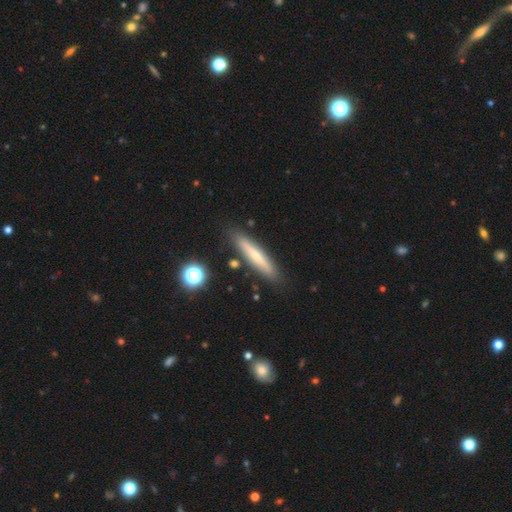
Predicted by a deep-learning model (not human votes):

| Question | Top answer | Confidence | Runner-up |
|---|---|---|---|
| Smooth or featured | smooth | 55% | featured or disk (37%) |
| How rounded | cigar-shaped | 91% | in between (8%) |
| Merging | none | 85% | minor disturbance (10%) |